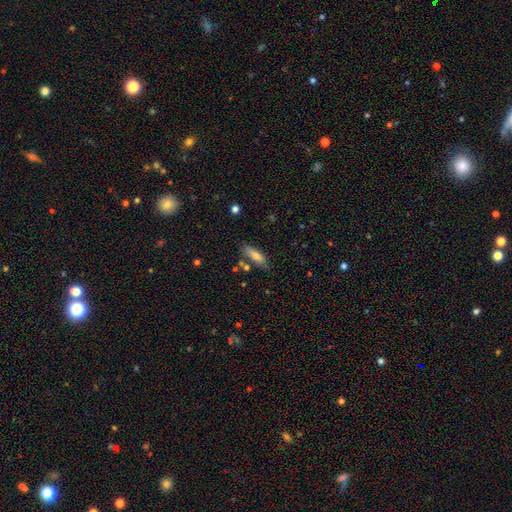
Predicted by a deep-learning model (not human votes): The model was most divided on "how rounded" (2-way tie): in between: 49%, cigar-shaped: 49%, round: 2%. More confident: merging — none (76%); smooth or featured — smooth (71%).